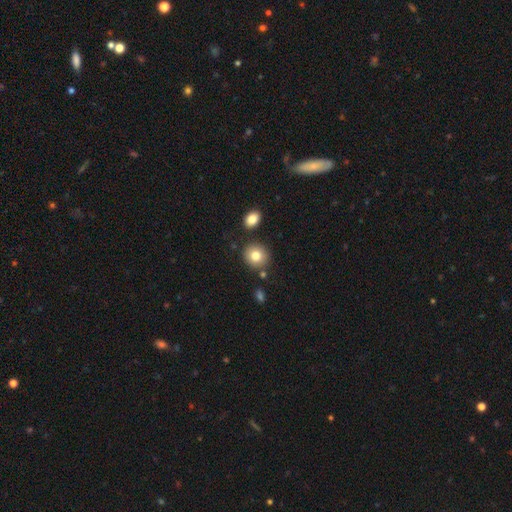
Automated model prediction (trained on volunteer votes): Smooth or featured? smooth (80%)
How rounded? round (83%)
Merging? none (82%)